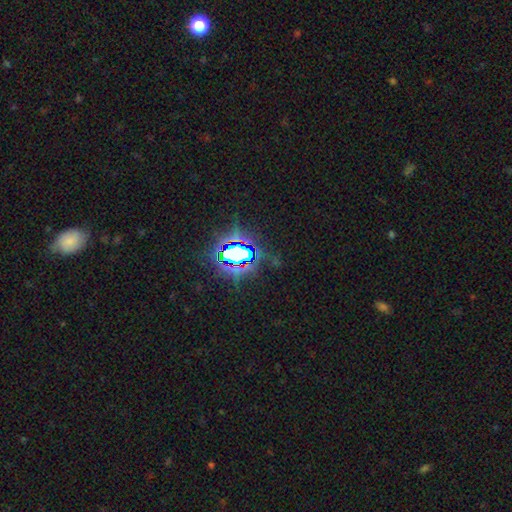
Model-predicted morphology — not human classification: A star or artifact, not a galaxy (80%).

Vote fractions:
- Smooth or featured? star or artifact: 80% / smooth: 12% / featured or disk: 8%